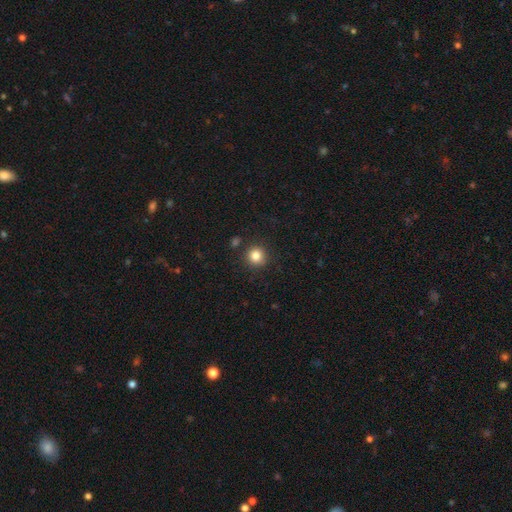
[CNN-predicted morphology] Smooth or featured? smooth (84%)
How rounded? round (93%)
Merging? none (89%)